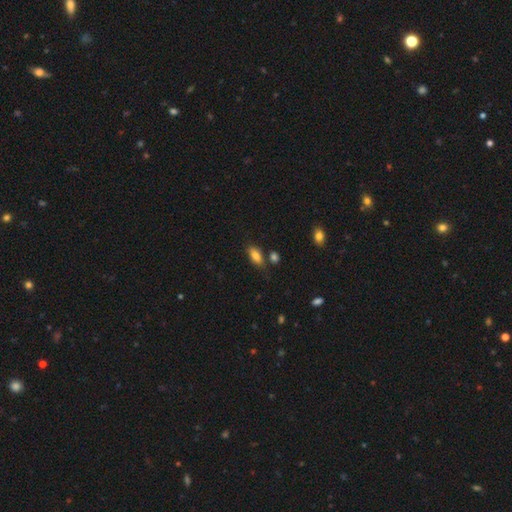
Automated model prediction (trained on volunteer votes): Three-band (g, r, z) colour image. It shows a smooth galaxy with no disk features (83%) that is in between round and cigar-shaped (83%). Merging: none (71%).